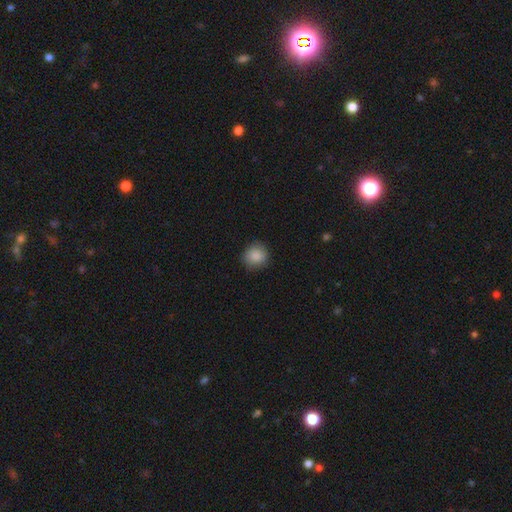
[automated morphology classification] smooth-or-featured: smooth: 87% | star or artifact: 8% | featured or disk: 5%
  how-rounded: round: 84% | in between: 16% | cigar-shaped: 1%
  merging: none: 84% | minor disturbance: 12% | major disturbance: 3% | merger: 1%